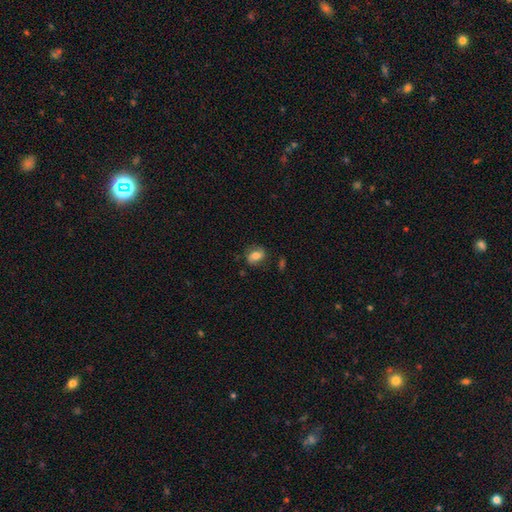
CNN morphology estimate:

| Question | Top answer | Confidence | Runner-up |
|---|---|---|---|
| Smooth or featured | smooth | 69% | featured or disk (22%) |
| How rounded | in between | 65% | round (34%) |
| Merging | none | 74% | minor disturbance (18%) |